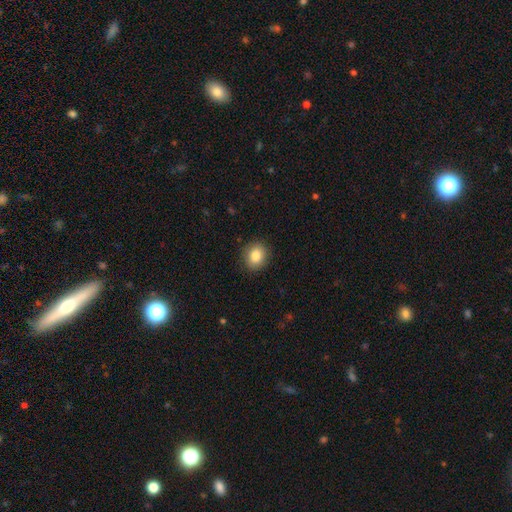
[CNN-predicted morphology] smooth_or_featured: smooth (p=0.84) [alt: star or artifact p=0.09]
how_rounded: round (p=0.69) [alt: in between p=0.30]
merging: none (p=0.89) [alt: minor disturbance p=0.08]